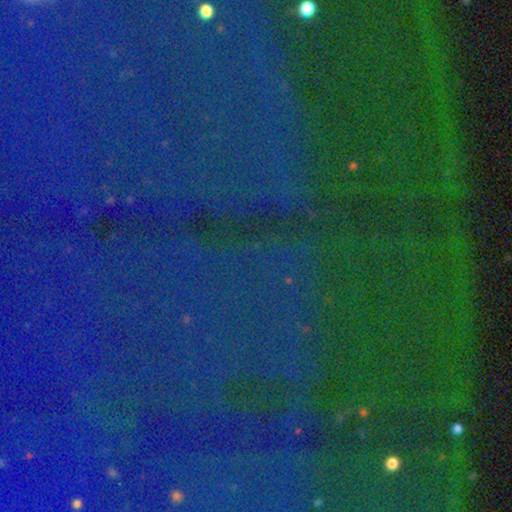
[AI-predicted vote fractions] Overall: star or artifact (83%).